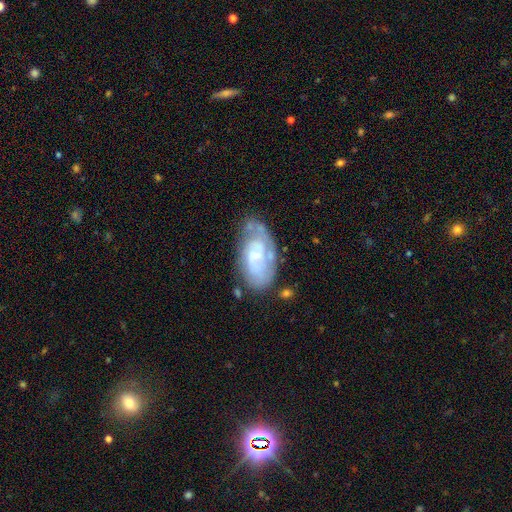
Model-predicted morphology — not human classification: A featured or disk galaxy (69%) with no bar (59%), 2 (36%, tied with can't tell) tight (56%) spiral arms (82%) and a small central bulge (51%).

Vote fractions:
- Smooth or featured? featured or disk: 69% / smooth: 24% / star or artifact: 7%
- Edge-on disk? no: 95% / yes: 5%
- Bar? no: 59% / weak: 34% / strong: 7%
- Spiral arms? yes: 82% / no: 18%
- Spiral winding? tight: 56% / medium: 32% / loose: 12%
- Spiral arm count? 2: 36% (tied) / can't tell: 36% (tied) / 1: 17% / 3: 7% / 4: 2% / more than 4: 2%
- Bulge size? small: 51% / moderate: 25% / none: 18% / large: 4% / dominant: 1%
- Merging? none: 58% / minor disturbance: 25% / major disturbance: 11% / merger: 5%